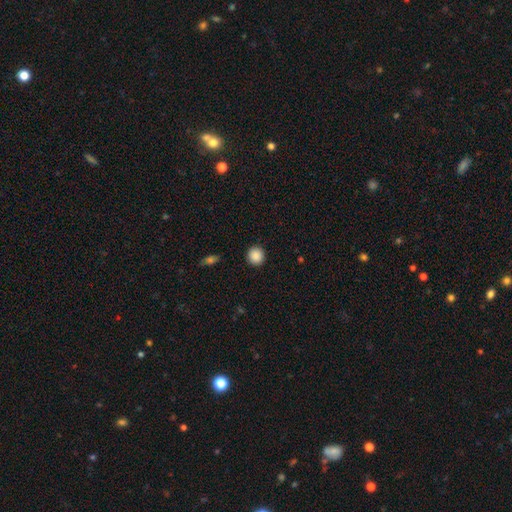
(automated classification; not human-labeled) Q: Smooth or featured?
A: smooth (88%); runner-up: star or artifact (9%)
Q: How rounded?
A: round (92%); runner-up: in between (7%)
Q: Merging?
A: none (92%); runner-up: minor disturbance (5%)